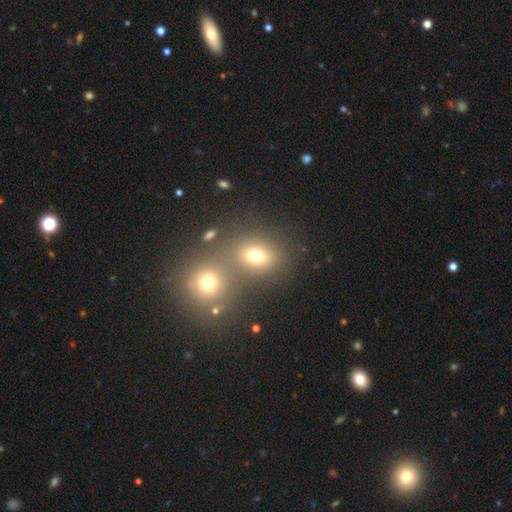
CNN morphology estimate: Smooth or featured: smooth — 72% (star or artifact — 17%)
How rounded: in between — 54% (round — 44%)
Merging: none — 54% (merger — 32%)